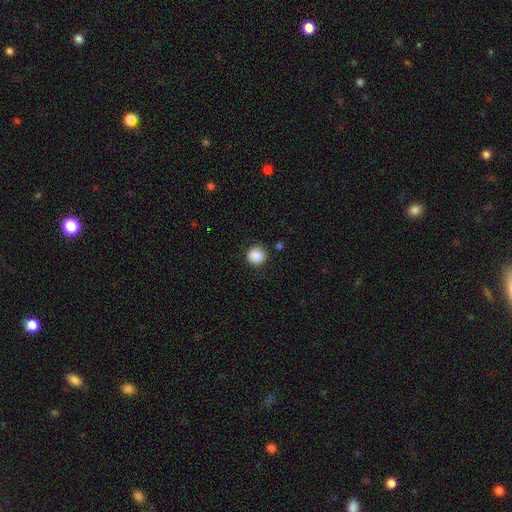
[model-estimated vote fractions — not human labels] smooth_or_featured: smooth (p=0.88) [alt: star or artifact p=0.09]
how_rounded: round (p=0.92) [alt: in between p=0.07]
merging: none (p=0.87) [alt: minor disturbance p=0.09]